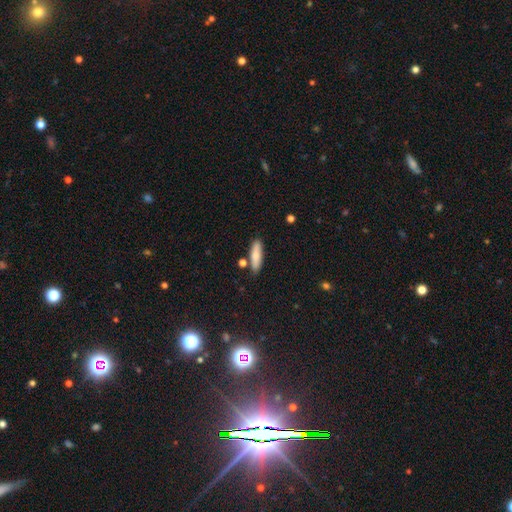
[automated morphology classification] smooth 79%, featured or disk 15%, star or artifact 6%. Down the decision tree: how rounded — cigar-shaped (56%); merging — none (78%).